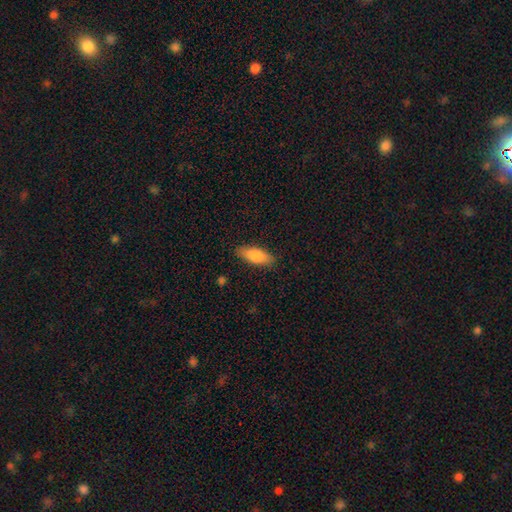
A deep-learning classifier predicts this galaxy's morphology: This appears to be a smooth galaxy with no disk features (80%) that is in between round and cigar-shaped (73%). Merging: none (87%).